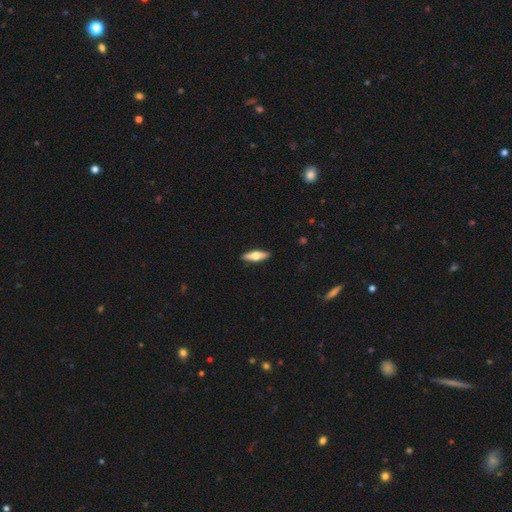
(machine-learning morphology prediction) Smooth or featured? Predicted: smooth (p=0.48). Merging? Predicted: none (p=0.91).